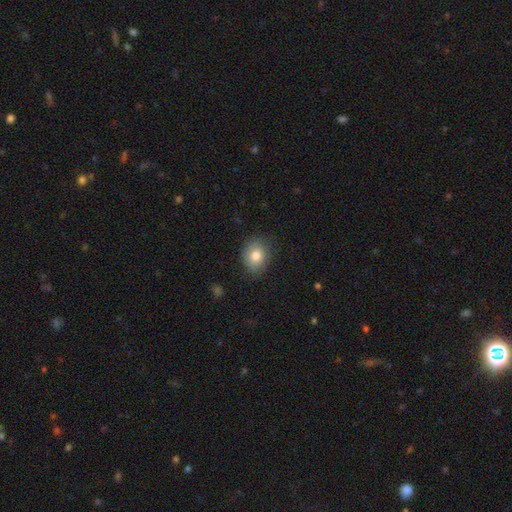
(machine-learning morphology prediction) Overall: smooth (80%). How rounded: round (51%; in between 48%). Merging: none (76%).